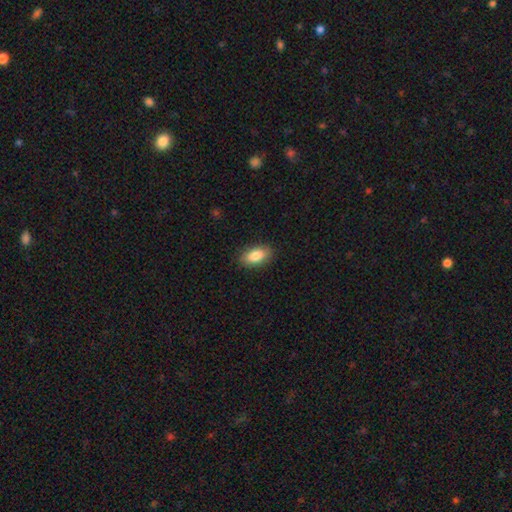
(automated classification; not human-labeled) Morphology: type=smooth (84%); roundness=in between (91%); merging=none (88%).